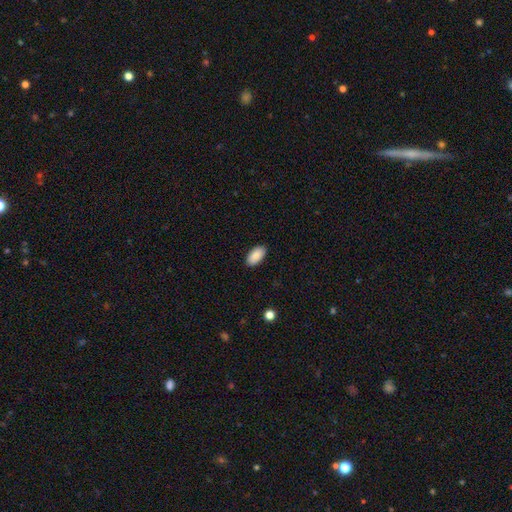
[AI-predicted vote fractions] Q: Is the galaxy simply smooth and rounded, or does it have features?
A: smooth — 89%.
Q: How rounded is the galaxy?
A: in between — 95%.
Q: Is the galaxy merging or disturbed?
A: none — 89%.